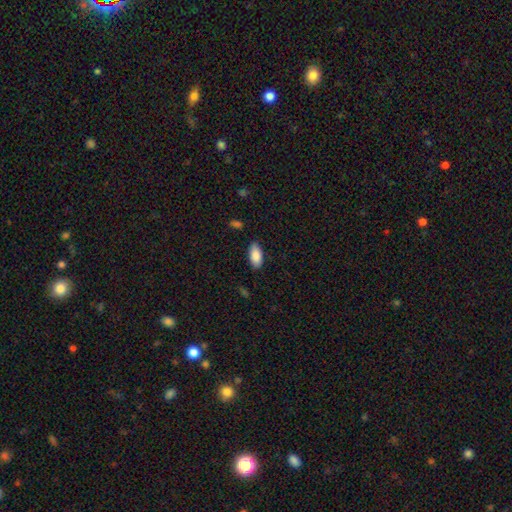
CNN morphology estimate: Smooth or featured?
  - smooth: 86% *
  - featured or disk: 7%
  - star or artifact: 6%
How rounded?
  - in between: 92% *
  - cigar-shaped: 6%
  - round: 2%
Merging?
  - none: 84% *
  - minor disturbance: 12%
  - major disturbance: 2%
  - merger: 1%